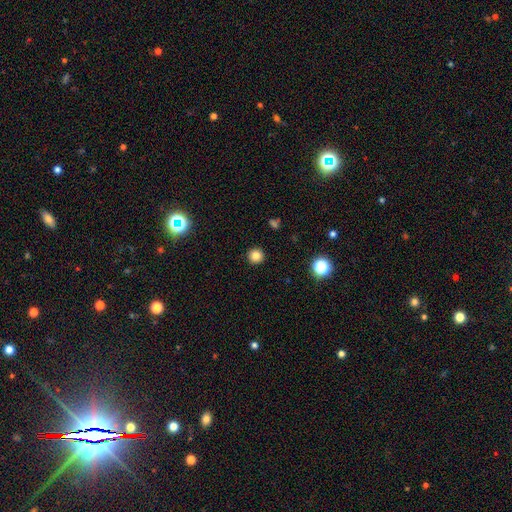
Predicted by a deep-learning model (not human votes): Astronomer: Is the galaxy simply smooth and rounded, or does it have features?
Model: smooth — 82%.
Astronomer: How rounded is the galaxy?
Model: round — 95%.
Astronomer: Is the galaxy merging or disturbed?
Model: none — 92%.